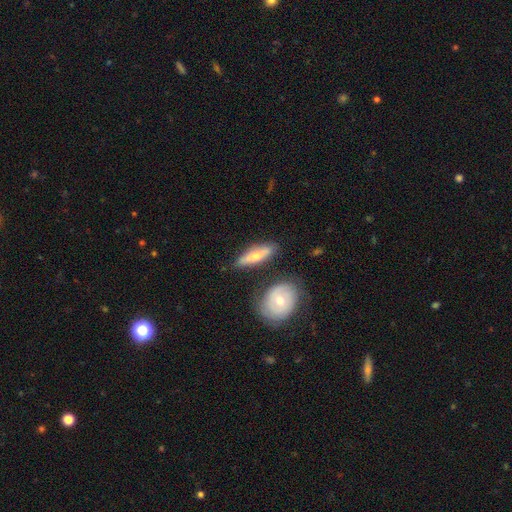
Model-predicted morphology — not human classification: This appears to be a smooth galaxy with no disk features (51%) that is cigar-shaped (62%). Merging: none (77%).